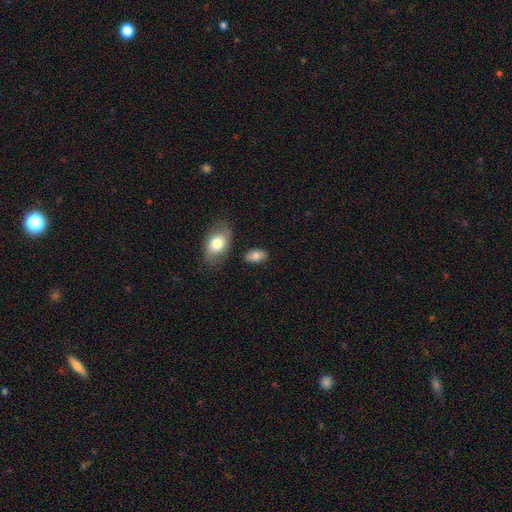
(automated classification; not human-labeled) smooth-or-featured: smooth: 79% | featured or disk: 12% | star or artifact: 8%
  how-rounded: in between: 89% | round: 9% | cigar-shaped: 2%
  merging: none: 77% | minor disturbance: 14% | merger: 5% | major disturbance: 4%